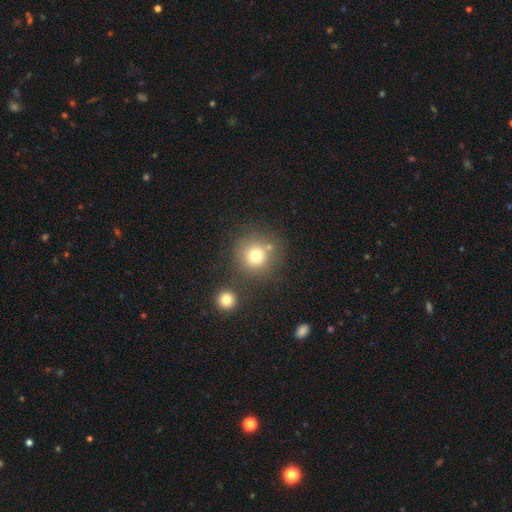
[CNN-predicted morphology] smooth-or-featured: smooth: 75% | star or artifact: 14% | featured or disk: 11%
  how-rounded: round: 93% | in between: 6% | cigar-shaped: 1%
  merging: none: 71% | merger: 15% | minor disturbance: 10% | major disturbance: 4%